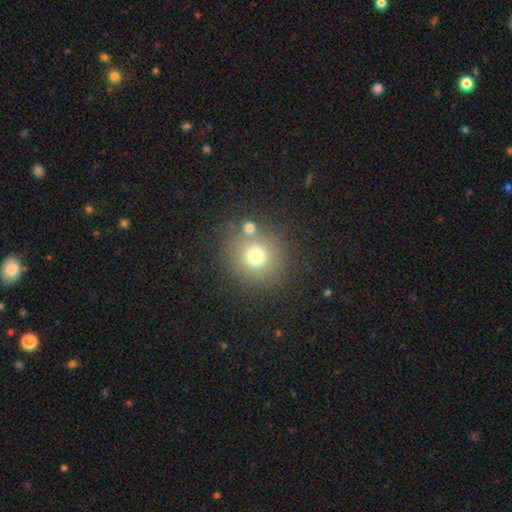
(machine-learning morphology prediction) This appears to be a smooth galaxy with no disk features (73%) that is round (92%). Merging: none (77%).